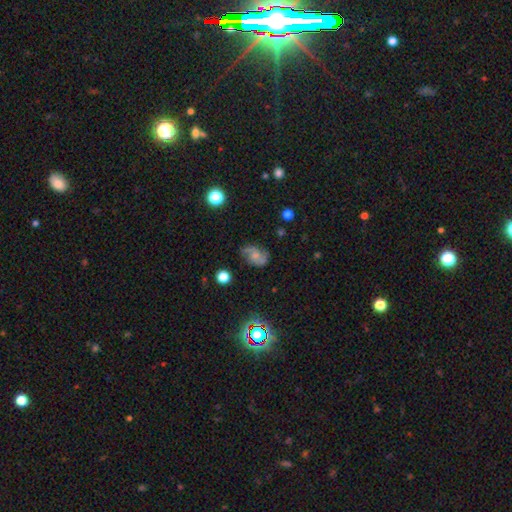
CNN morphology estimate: This is possibly a featured or disk galaxy (56%). It is clearly not viewed edge-on (97%). Bar: likely no (69%). Spiral arm pattern: clearly yes (87%). Central bulge: possibly small (46%). Merging: possibly none (60%).